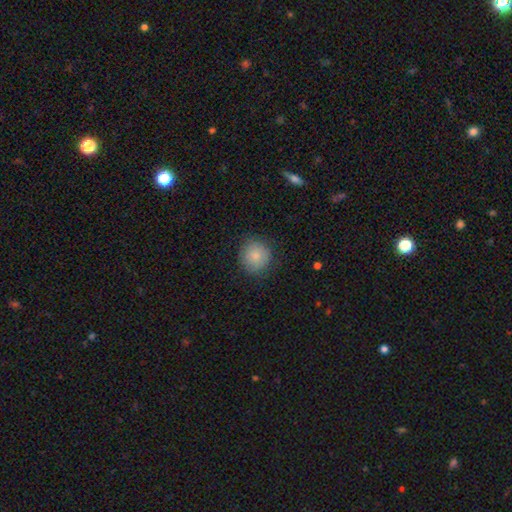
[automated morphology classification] A smooth galaxy with no disk features (84%) that is round (90%).

Vote fractions:
- Smooth or featured? smooth: 84% / star or artifact: 8% / featured or disk: 8%
- How rounded? round: 90% / in between: 9% / cigar-shaped: 1%
- Merging? none: 83% / minor disturbance: 12% / major disturbance: 3% / merger: 1%